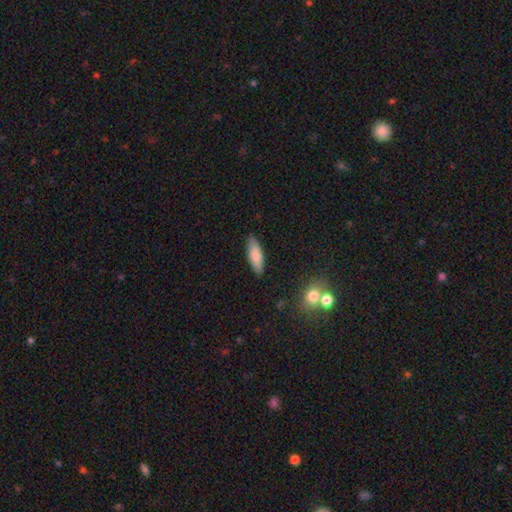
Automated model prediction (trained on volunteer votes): Morphology: type=smooth (81%); roundness=in between (60%); merging=none (86%).